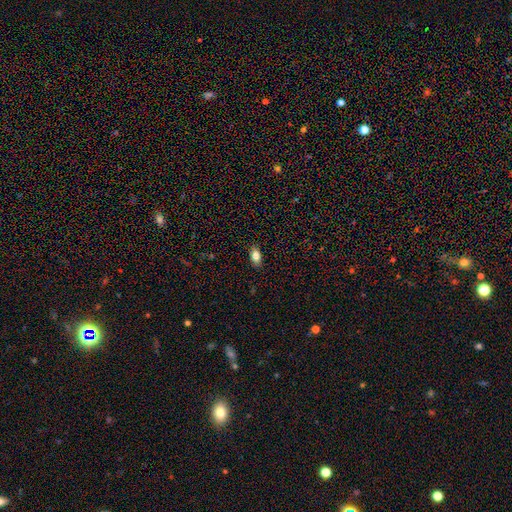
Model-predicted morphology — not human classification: type=smooth (81%); roundness=in between (88%); merging=none (87%).